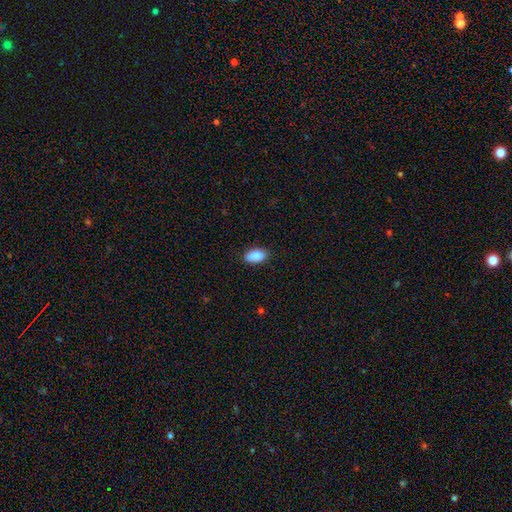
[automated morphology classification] Smooth or featured?
  - smooth: 89% *
  - star or artifact: 7%
  - featured or disk: 5%
How rounded?
  - in between: 94% *
  - round: 4%
  - cigar-shaped: 3%
Merging?
  - none: 85% *
  - minor disturbance: 12%
  - major disturbance: 2%
  - merger: 1%